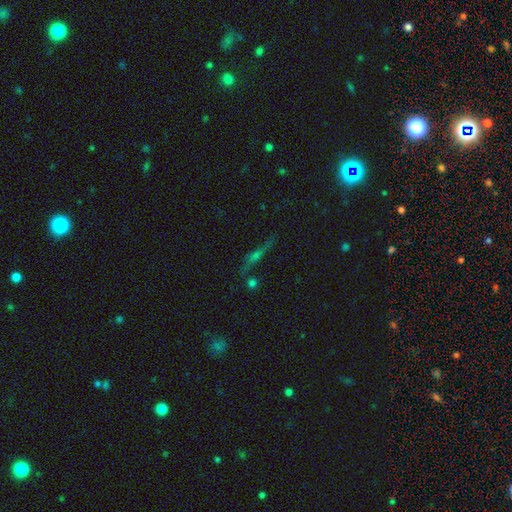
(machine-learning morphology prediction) Smooth or featured?
  - featured or disk: 54% *
  - star or artifact: 25%
  - smooth: 22%
Edge-on disk?
  - yes: 85% *
  - no: 15%
Merging?
  - none: 72% *
  - minor disturbance: 14%
  - major disturbance: 7%
  - merger: 7%